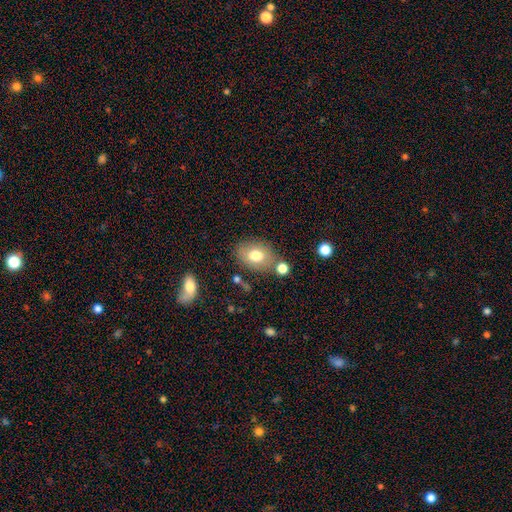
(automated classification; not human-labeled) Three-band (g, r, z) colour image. It shows a smooth galaxy with no disk features (74%) that is in between round and cigar-shaped (74%). Merging: none (71%).